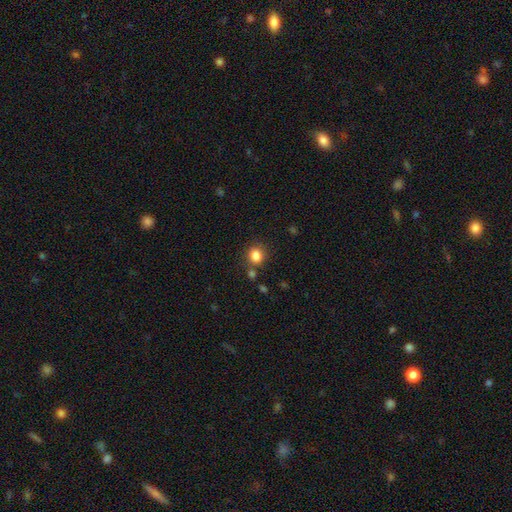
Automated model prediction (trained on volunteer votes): The model was most divided on "how rounded": round: 75%, in between: 25%, cigar-shaped: 1%. More confident: smooth or featured — smooth (84%); merging — none (77%).